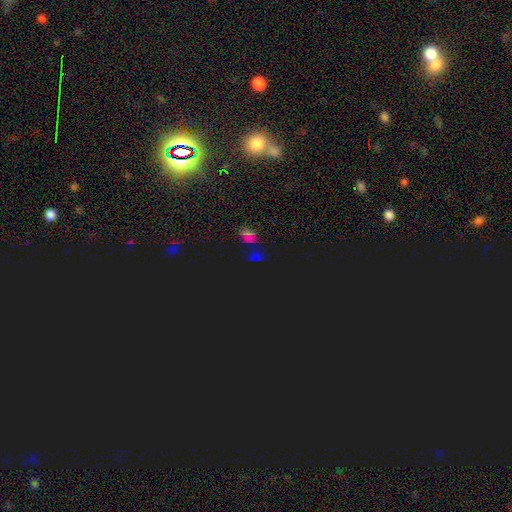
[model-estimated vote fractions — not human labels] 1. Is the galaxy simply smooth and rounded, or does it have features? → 76% star or artifact, 17% smooth, 7% featured or disk.